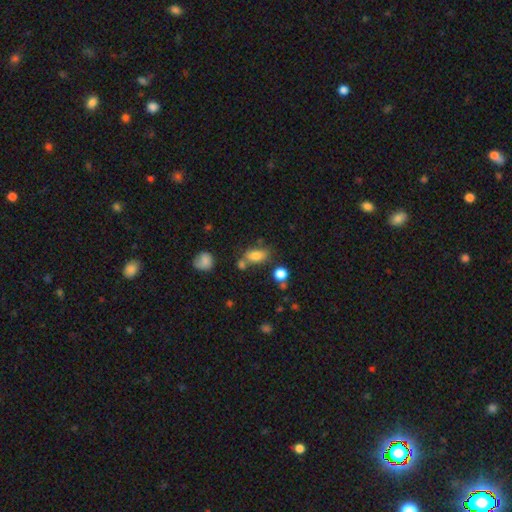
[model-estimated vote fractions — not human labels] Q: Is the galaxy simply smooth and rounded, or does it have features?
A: smooth — 79%.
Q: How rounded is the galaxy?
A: in between — 84%.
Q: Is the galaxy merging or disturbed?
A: none — 60%.